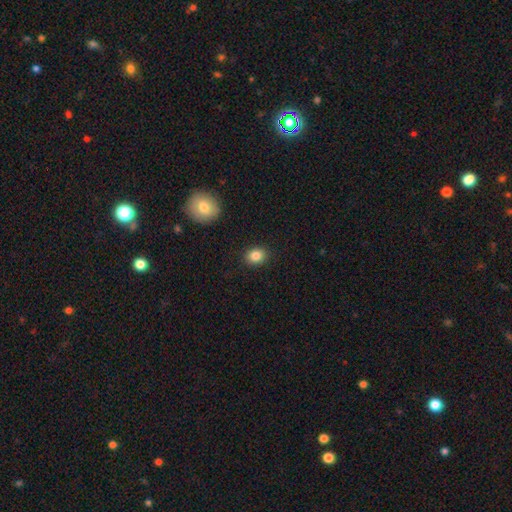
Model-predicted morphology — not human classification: Overall: smooth (85%). How rounded: round (52%; in between 47%). Merging: none (89%).